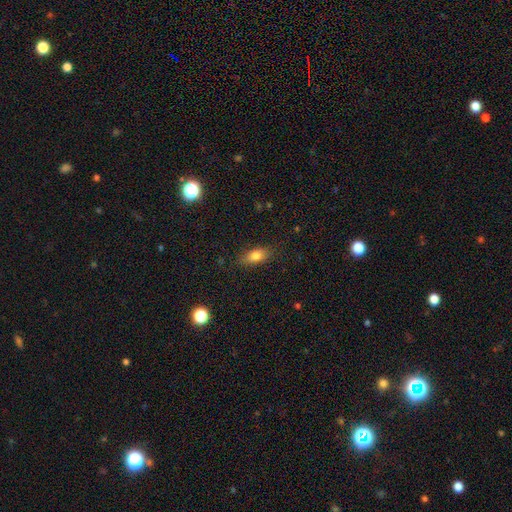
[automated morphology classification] A smooth galaxy with no disk features (80%) that is in between round and cigar-shaped (82%).

Vote fractions:
- Smooth or featured? smooth: 80% / featured or disk: 12% / star or artifact: 9%
- How rounded? in between: 82% / cigar-shaped: 13% / round: 6%
- Merging? none: 83% / minor disturbance: 12% / major disturbance: 3% / merger: 1%